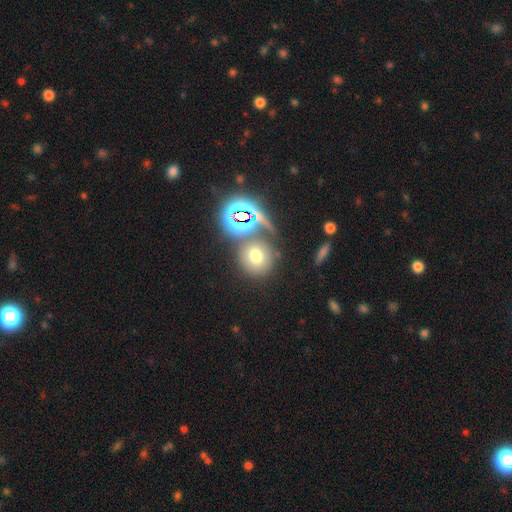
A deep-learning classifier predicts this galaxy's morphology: type=smooth (63%); roundness=round (85%); merging=none (66%).